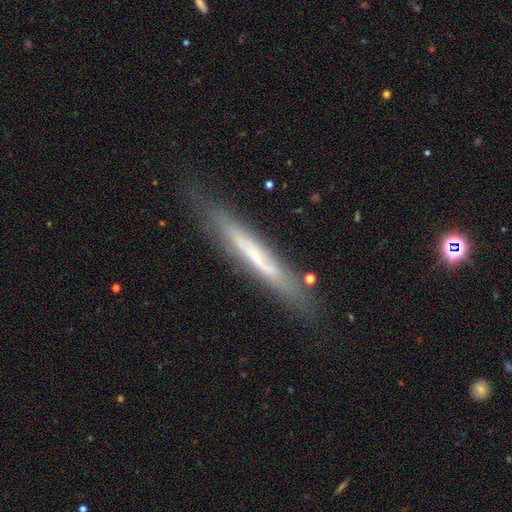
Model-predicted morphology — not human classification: Q: Smooth or featured?
A: featured or disk (58%); runner-up: smooth (35%)
Q: Edge-on disk?
A: yes (86%); runner-up: no (14%)
Q: Merging?
A: none (77%); runner-up: minor disturbance (16%)